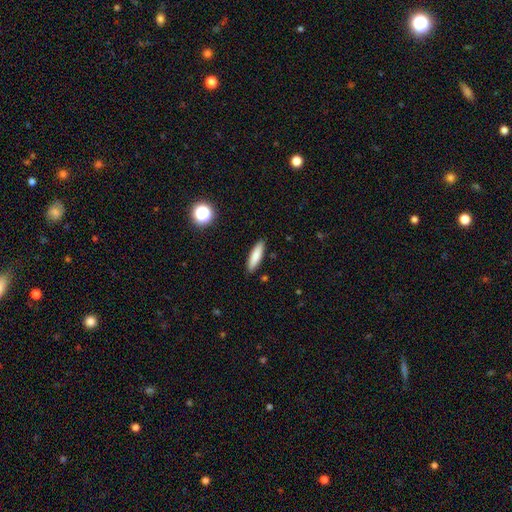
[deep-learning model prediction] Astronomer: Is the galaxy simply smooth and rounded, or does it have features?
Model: smooth — 82%.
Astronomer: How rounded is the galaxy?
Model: cigar-shaped — 67%.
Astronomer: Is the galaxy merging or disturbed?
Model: none — 89%.